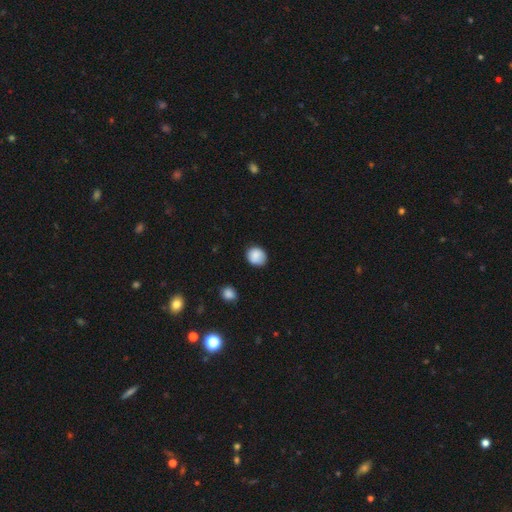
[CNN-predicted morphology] This appears to be a smooth galaxy with no disk features (87%) that is round (72%). Merging: none (80%).